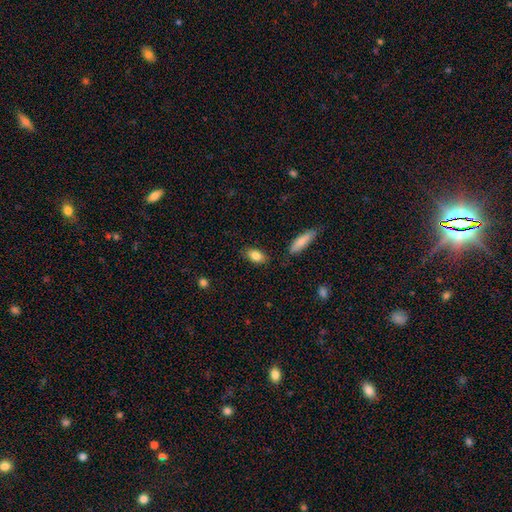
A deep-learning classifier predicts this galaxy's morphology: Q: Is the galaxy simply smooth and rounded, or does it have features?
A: smooth — 84%.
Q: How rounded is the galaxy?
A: in between — 87%.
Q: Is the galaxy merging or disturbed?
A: none — 83%.